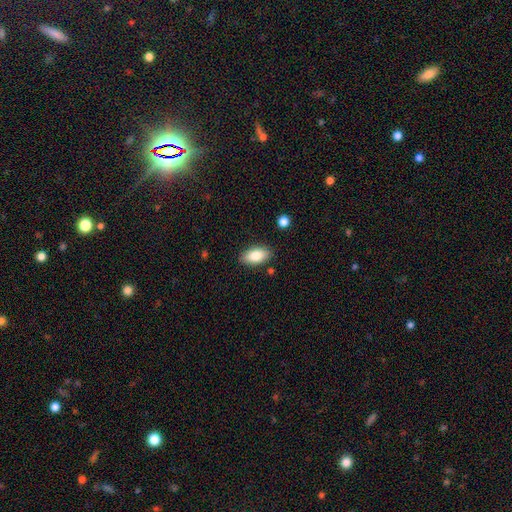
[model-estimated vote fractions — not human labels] smooth_or_featured: smooth (p=0.84) [alt: featured or disk p=0.10]
how_rounded: in between (p=0.92) [alt: cigar-shaped p=0.04]
merging: none (p=0.85) [alt: minor disturbance p=0.10]